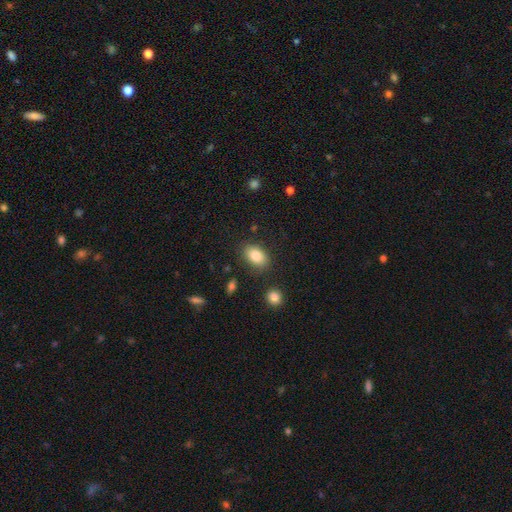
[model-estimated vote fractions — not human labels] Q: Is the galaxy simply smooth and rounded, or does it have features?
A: smooth — 83%.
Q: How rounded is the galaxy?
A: in between — 85%.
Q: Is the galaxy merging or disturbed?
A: none — 82%.